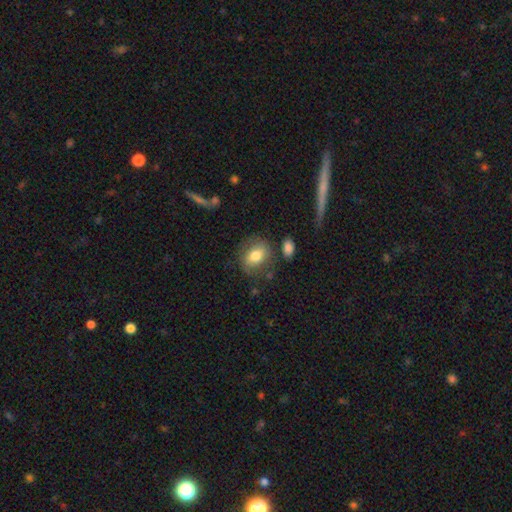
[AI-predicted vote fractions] Q: Smooth or featured?
A: smooth (72%); runner-up: featured or disk (20%)
Q: How rounded?
A: in between (56%); runner-up: round (42%)
Q: Merging?
A: none (70%); runner-up: minor disturbance (18%)